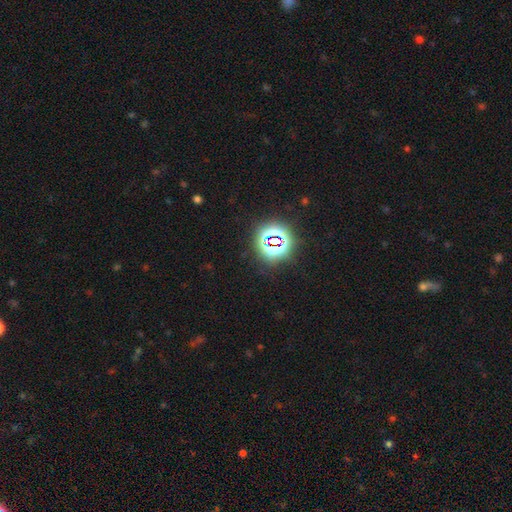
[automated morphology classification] smooth-or-featured: star or artifact: 80% | smooth: 14% | featured or disk: 6%